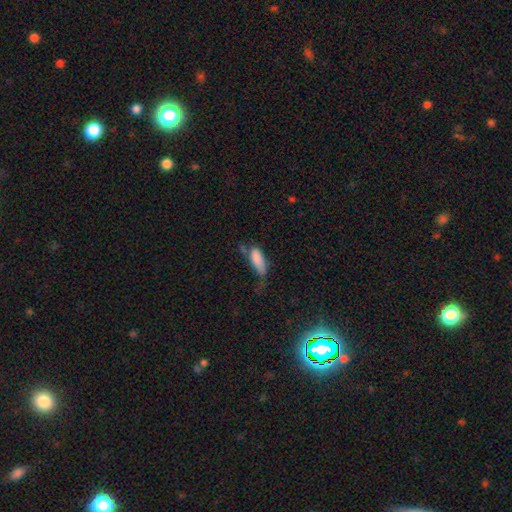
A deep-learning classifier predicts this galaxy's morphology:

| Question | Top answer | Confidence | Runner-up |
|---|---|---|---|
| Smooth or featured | smooth | 82% | featured or disk (10%) |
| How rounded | in between | 71% | cigar-shaped (27%) |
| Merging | none | 36% | minor disturbance (34%) |